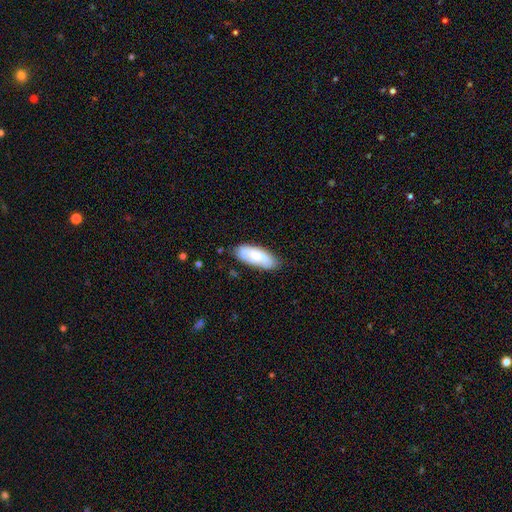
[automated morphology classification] Smooth or featured: smooth — 67% (featured or disk — 27%)
How rounded: in between — 77% (cigar-shaped — 21%)
Merging: none — 73% (minor disturbance — 20%)